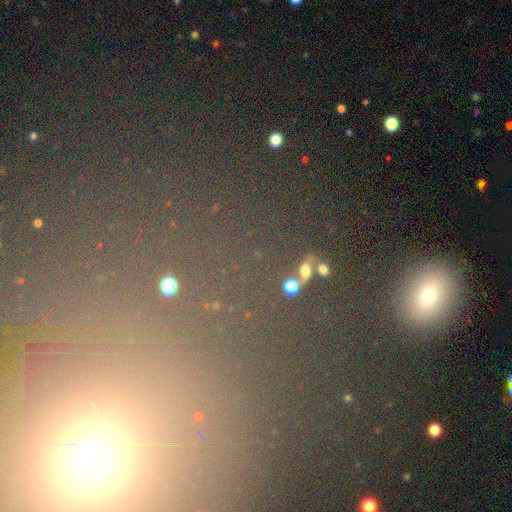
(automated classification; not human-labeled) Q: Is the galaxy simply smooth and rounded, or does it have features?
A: star or artifact — 57%.